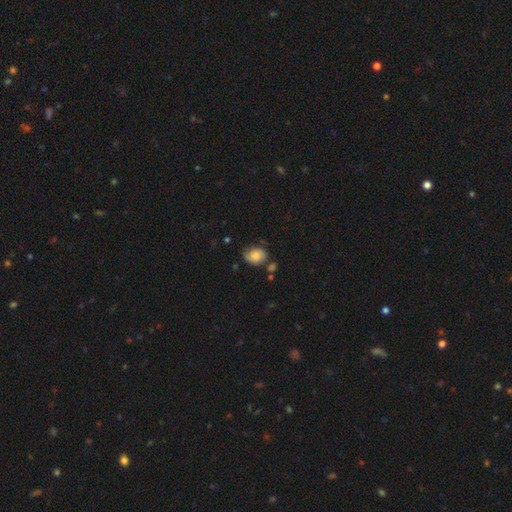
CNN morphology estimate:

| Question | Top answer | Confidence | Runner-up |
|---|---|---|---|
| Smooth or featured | smooth | 77% | featured or disk (14%) |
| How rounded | in between | 54% | round (45%) |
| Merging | none | 59% | minor disturbance (27%) |